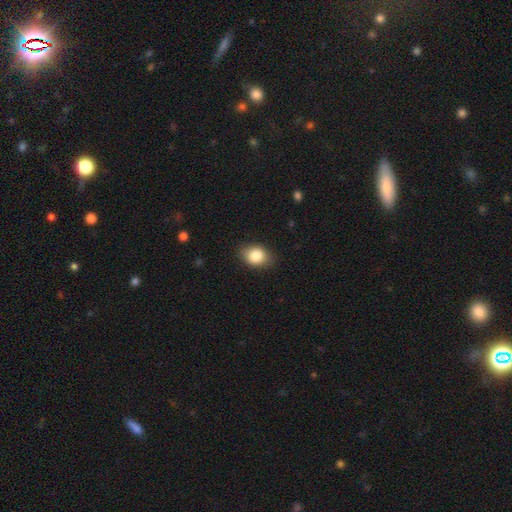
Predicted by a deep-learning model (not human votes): Morphology: type=smooth (84%); roundness=in between (66%); merging=none (83%).